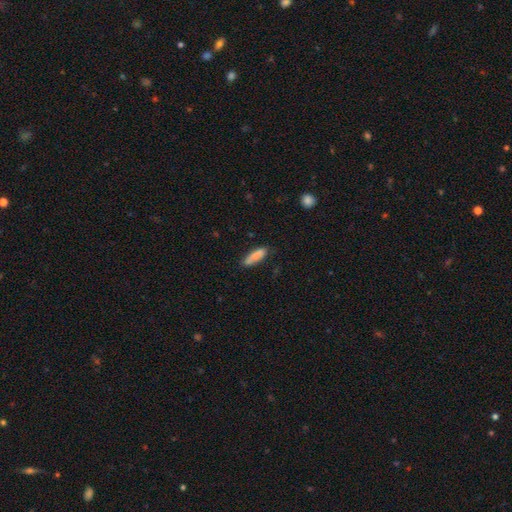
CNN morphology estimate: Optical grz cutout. It shows a smooth galaxy with no disk features (79%) that is in between round and cigar-shaped (58%). Merging: none (71%).